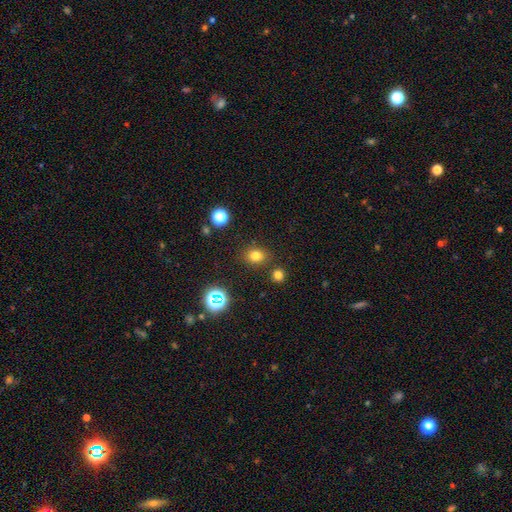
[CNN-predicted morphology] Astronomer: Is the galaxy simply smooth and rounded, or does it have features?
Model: smooth — 75%.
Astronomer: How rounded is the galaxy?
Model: round — 59% (runner-up: in between, 40%).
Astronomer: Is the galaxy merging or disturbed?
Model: none — 83%.